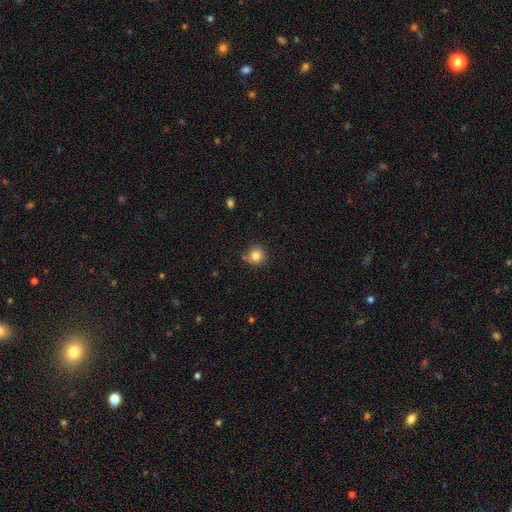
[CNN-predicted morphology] Smooth or featured?
  - smooth: 82% *
  - star or artifact: 11%
  - featured or disk: 7%
How rounded?
  - round: 92% *
  - in between: 8%
  - cigar-shaped: 1%
Merging?
  - none: 78% *
  - minor disturbance: 12%
  - merger: 7%
  - major disturbance: 3%